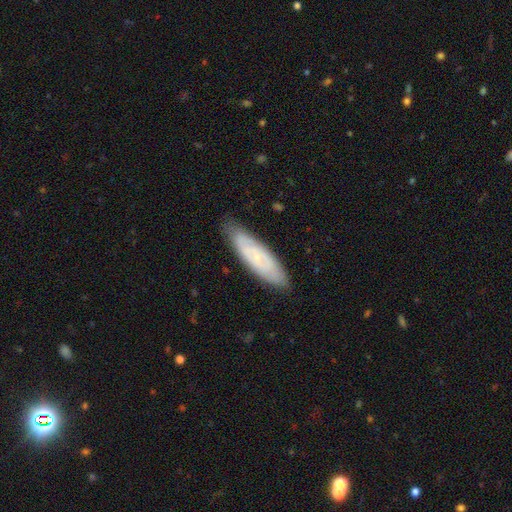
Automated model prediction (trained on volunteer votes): Smooth or featured: smooth — 47% (featured or disk — 46%)
Merging: none — 81% (minor disturbance — 15%)